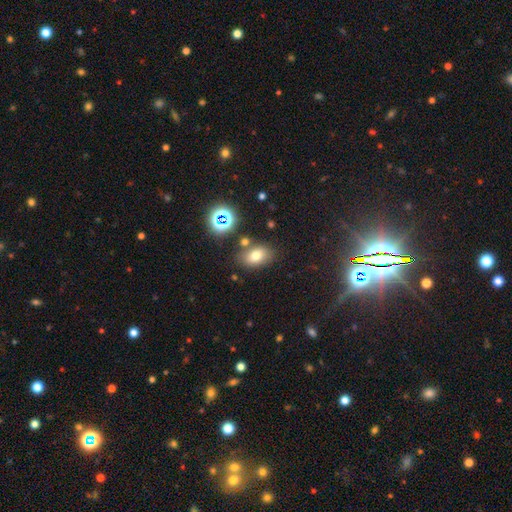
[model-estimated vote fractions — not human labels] Overall: smooth (71%). How rounded: in between (80%). Merging: none (75%).